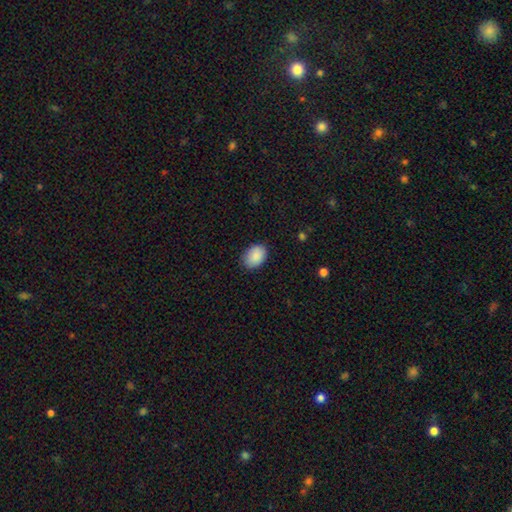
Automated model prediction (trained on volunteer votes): Q: Smooth or featured?
A: smooth (89%); runner-up: star or artifact (7%)
Q: How rounded?
A: in between (80%); runner-up: round (19%)
Q: Merging?
A: none (84%); runner-up: minor disturbance (13%)